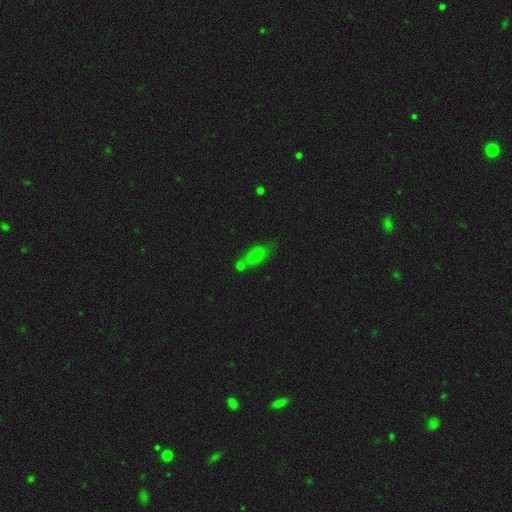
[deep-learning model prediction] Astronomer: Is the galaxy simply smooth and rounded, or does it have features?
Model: smooth — 70%.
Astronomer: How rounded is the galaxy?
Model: in between — 80%.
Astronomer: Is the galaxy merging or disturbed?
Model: none — 59%.